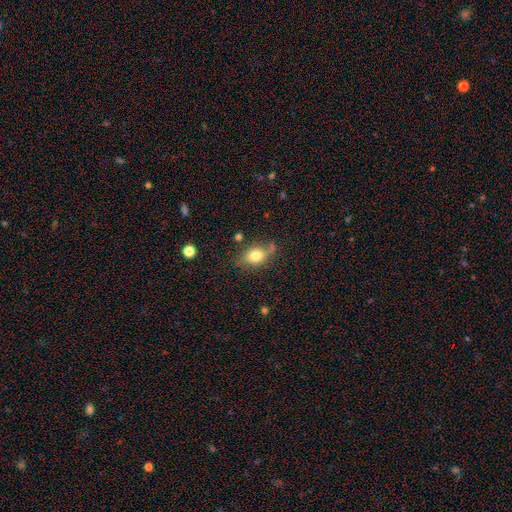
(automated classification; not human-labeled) Q: Smooth or featured?
A: smooth (71%); runner-up: featured or disk (19%)
Q: How rounded?
A: in between (69%); runner-up: round (27%)
Q: Merging?
A: none (63%); runner-up: minor disturbance (23%)